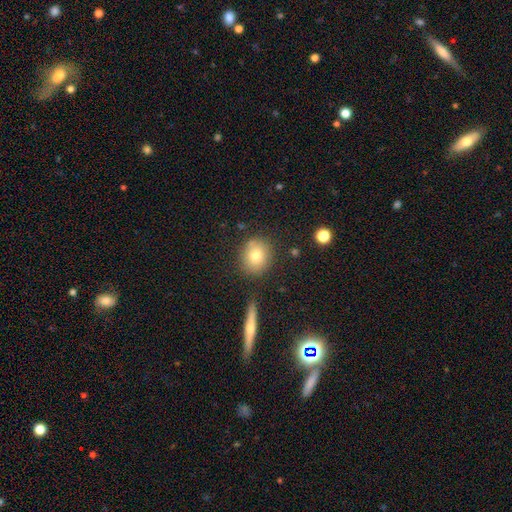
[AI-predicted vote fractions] Smooth or featured? Predicted: smooth (p=0.74). How rounded? Predicted: round (p=0.79). Merging? Predicted: none (p=0.82).